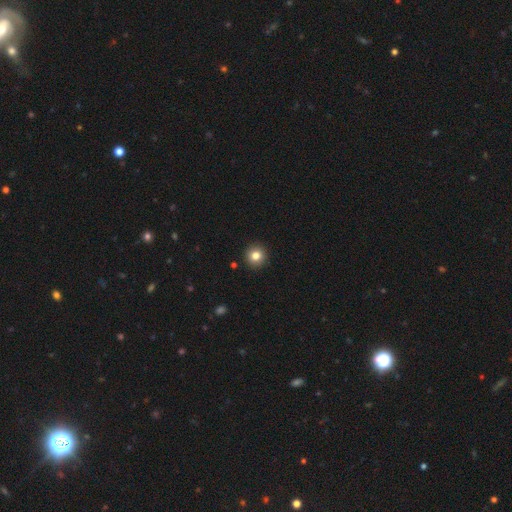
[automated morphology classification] smooth_or_featured: smooth (p=0.82) [alt: star or artifact p=0.11]
how_rounded: round (p=0.94) [alt: in between p=0.05]
merging: none (p=0.93) [alt: minor disturbance p=0.05]